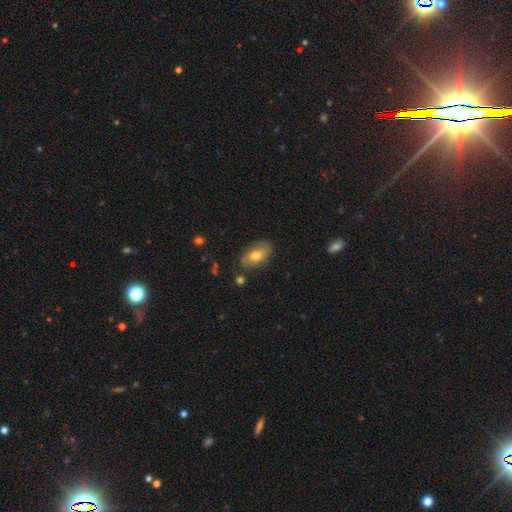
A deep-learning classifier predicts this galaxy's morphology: Overall: smooth (63%; featured or disk 29%). How rounded: in between (90%). Merging: none (78%).